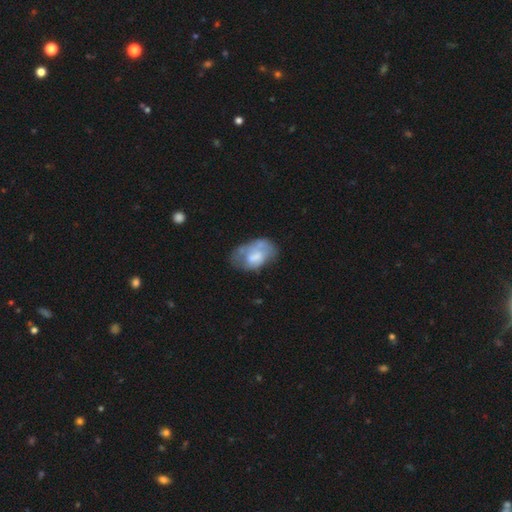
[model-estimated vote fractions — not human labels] smooth_or_featured: smooth (p=0.50) [alt: featured or disk p=0.42]
how_rounded: in between (p=0.88) [alt: round p=0.11]
merging: none (p=0.38) [alt: minor disturbance p=0.32]